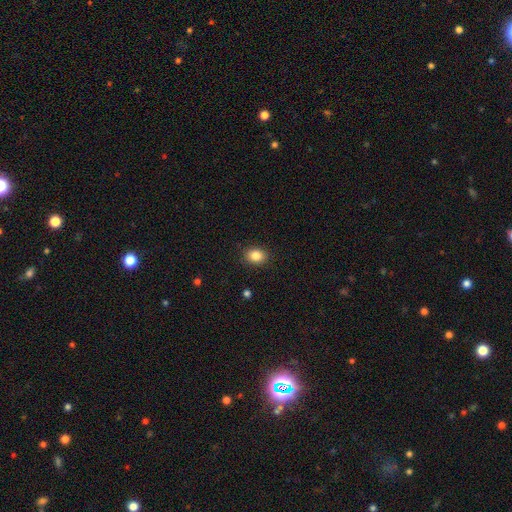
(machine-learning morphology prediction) A smooth galaxy with no disk features (85%) that is in between round and cigar-shaped (57%). Merging: none (89%).